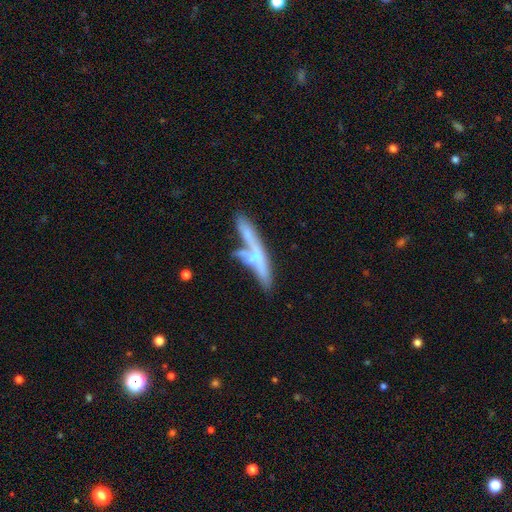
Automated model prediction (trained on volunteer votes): Overall: featured or disk (53%; smooth 39%). Edge-on disk: yes (79%). Merging: merger (43%; none 38%).